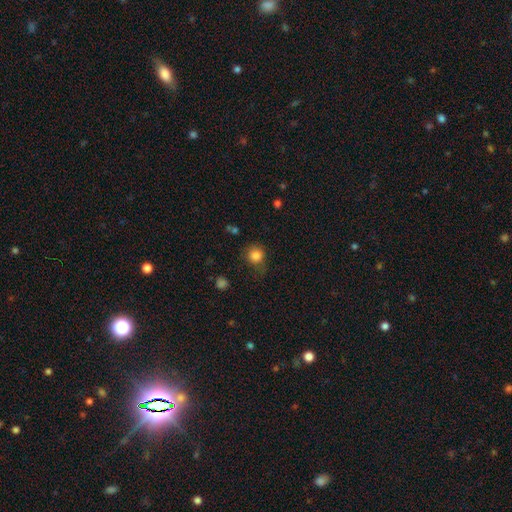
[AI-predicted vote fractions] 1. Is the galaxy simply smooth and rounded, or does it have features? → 84% smooth, 11% star or artifact, 5% featured or disk.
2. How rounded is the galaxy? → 87% round, 12% in between, 1% cigar-shaped.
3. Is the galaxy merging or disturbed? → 69% none, 21% minor disturbance, 8% major disturbance, 2% merger.